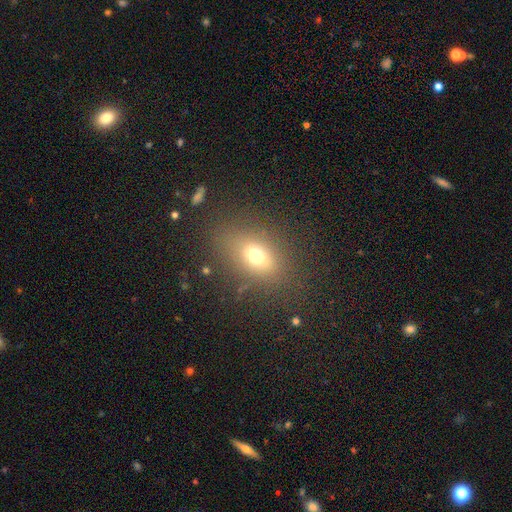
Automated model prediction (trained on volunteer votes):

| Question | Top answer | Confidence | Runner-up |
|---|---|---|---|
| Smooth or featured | smooth | 69% | star or artifact (16%) |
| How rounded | in between | 73% | round (24%) |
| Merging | none | 79% | minor disturbance (12%) |